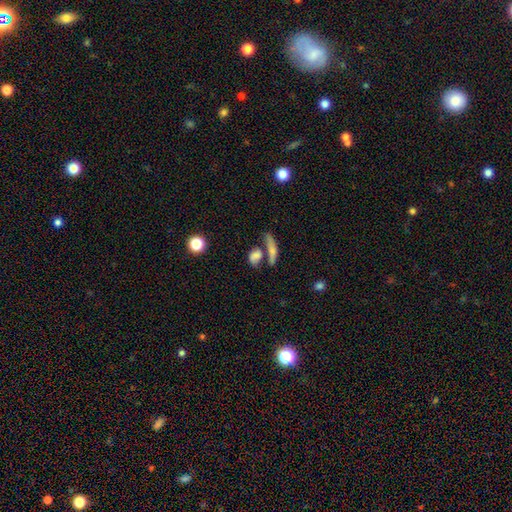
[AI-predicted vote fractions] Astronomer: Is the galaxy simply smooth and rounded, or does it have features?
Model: smooth — 65%.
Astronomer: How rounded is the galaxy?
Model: in between — 59%.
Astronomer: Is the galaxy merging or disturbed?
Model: merger — 40% (runner-up: none, 37%).